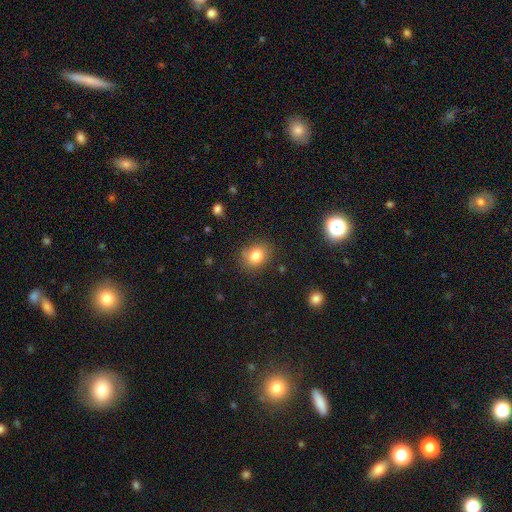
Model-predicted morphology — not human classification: Smooth or featured?
  - smooth: 81% *
  - star or artifact: 11%
  - featured or disk: 8%
How rounded?
  - round: 56% *
  - in between: 43%
  - cigar-shaped: 1%
Merging?
  - none: 83% *
  - minor disturbance: 12%
  - major disturbance: 3%
  - merger: 2%